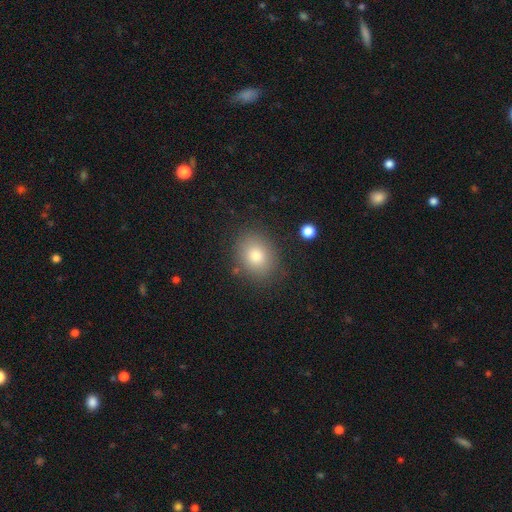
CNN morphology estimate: Q: Smooth or featured?
A: smooth (80%); runner-up: star or artifact (10%)
Q: How rounded?
A: round (54%); runner-up: in between (46%)
Q: Merging?
A: none (85%); runner-up: minor disturbance (10%)